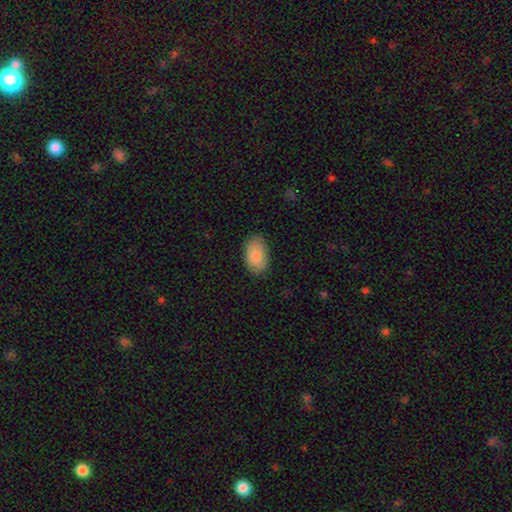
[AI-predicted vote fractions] Smooth or featured: smooth — 87% (featured or disk — 7%)
How rounded: in between — 93% (round — 6%)
Merging: none — 84% (minor disturbance — 12%)